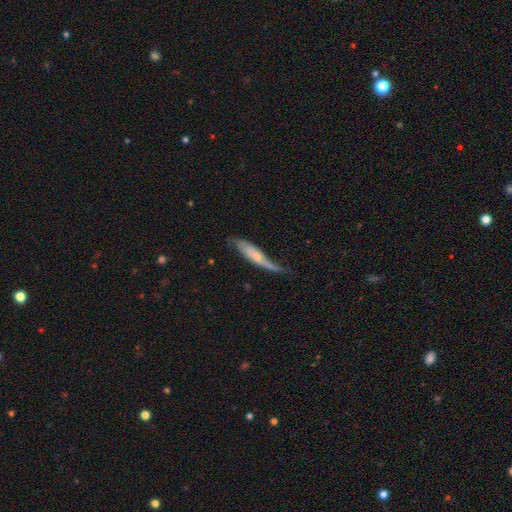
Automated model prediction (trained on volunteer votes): Overall: smooth (51%; featured or disk 43%). How rounded: cigar-shaped (83%). Merging: none (40%; minor disturbance 37%).